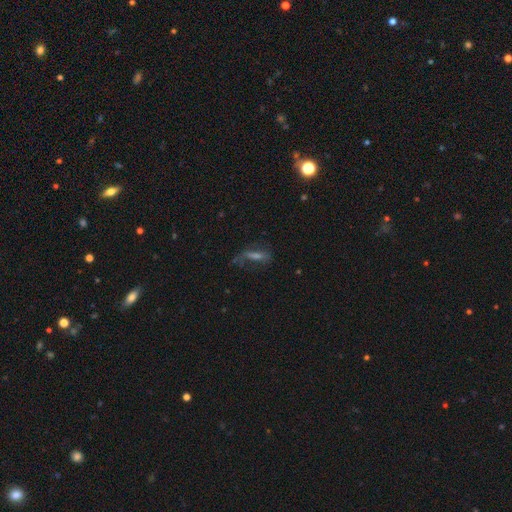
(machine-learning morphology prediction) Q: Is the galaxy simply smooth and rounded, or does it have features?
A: featured or disk — 44%.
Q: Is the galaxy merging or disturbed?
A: none — 45%.